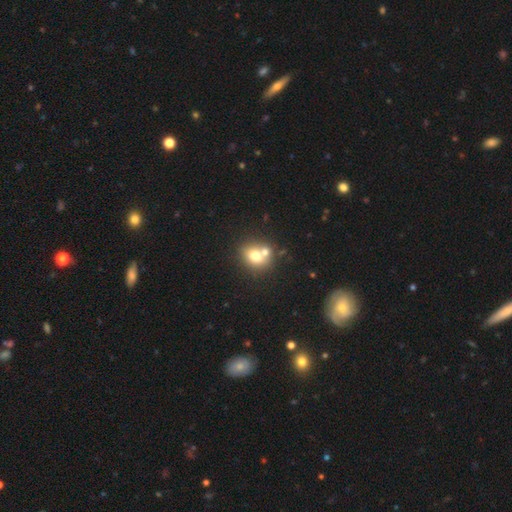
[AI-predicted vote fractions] This appears to be a smooth galaxy with no disk features (70%) that is round (62%). Merging: none (48%).